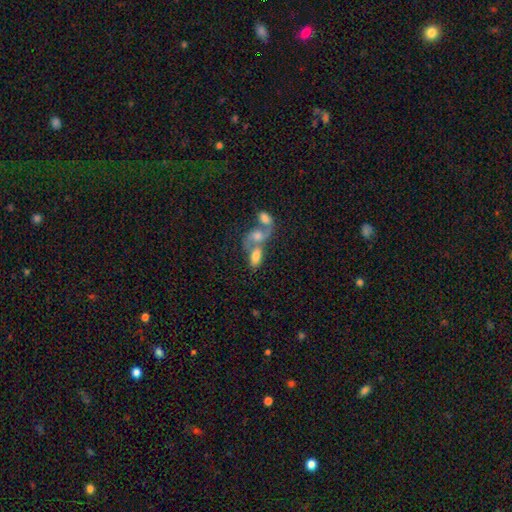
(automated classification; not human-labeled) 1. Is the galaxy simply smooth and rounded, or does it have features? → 58% smooth, 30% featured or disk, 11% star or artifact.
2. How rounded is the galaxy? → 86% in between, 9% round, 5% cigar-shaped.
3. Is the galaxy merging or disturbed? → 70% merger, 15% none, 8% major disturbance, 6% minor disturbance.